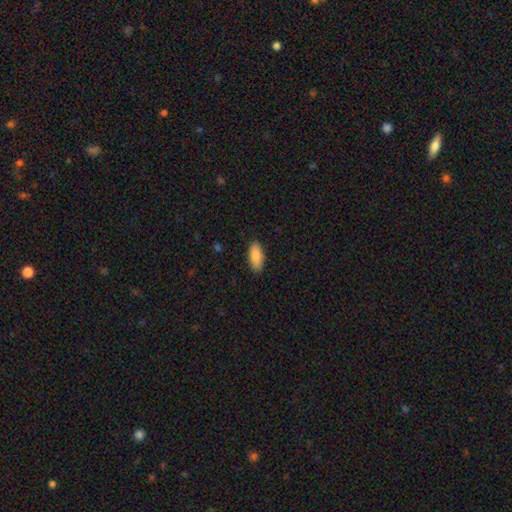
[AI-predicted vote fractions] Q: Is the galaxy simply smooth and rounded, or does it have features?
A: smooth — 89%.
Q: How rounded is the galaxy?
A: in between — 85%.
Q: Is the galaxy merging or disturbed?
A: none — 88%.